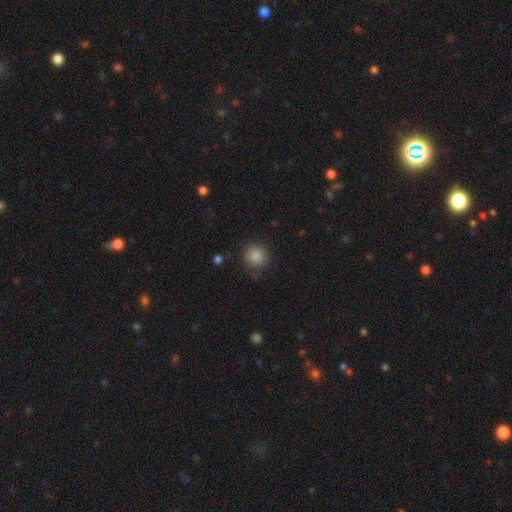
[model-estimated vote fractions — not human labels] A smooth galaxy with no disk features (86%) that is round (93%).

Vote fractions:
- Smooth or featured? smooth: 86% / star or artifact: 10% / featured or disk: 4%
- How rounded? round: 93% / in between: 6% / cigar-shaped: 1%
- Merging? none: 83% / minor disturbance: 12% / major disturbance: 4% / merger: 2%